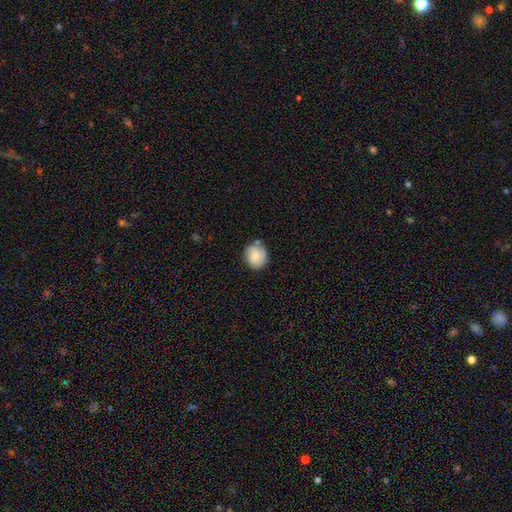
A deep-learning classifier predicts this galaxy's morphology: This is likely a smooth galaxy (71%). How rounded: likely round (78%). Merging: likely none (66%).